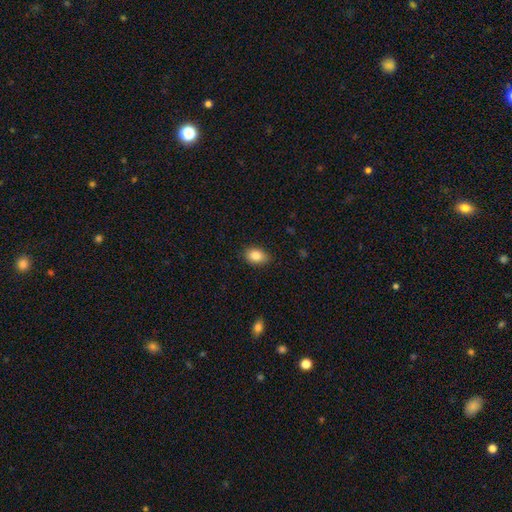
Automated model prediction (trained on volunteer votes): Overall: smooth (86%). How rounded: in between (83%). Merging: none (85%).